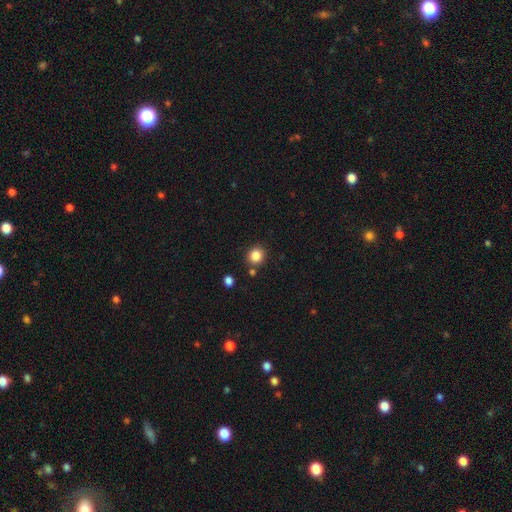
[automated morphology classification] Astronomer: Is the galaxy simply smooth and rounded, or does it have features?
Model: smooth — 85%.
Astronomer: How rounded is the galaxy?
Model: round — 88%.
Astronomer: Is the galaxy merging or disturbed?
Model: none — 84%.